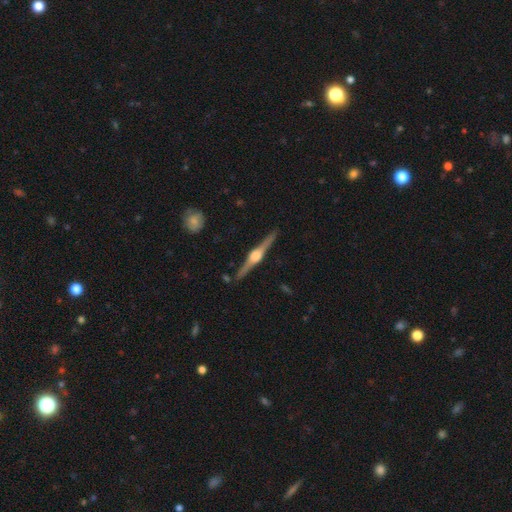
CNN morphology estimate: type=featured or disk (88%); edge-on=yes (99%); edge-on bulge=rounded (92%); merging=none (91%).